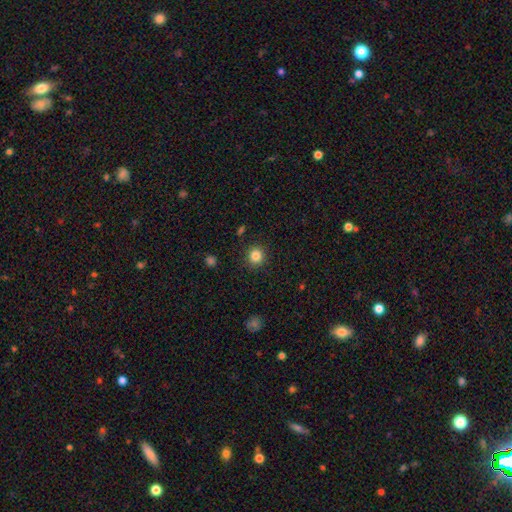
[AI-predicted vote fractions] Smooth or featured?
  - smooth: 84% *
  - star or artifact: 12%
  - featured or disk: 5%
How rounded?
  - round: 92% *
  - in between: 7%
  - cigar-shaped: 1%
Merging?
  - none: 90% *
  - minor disturbance: 6%
  - major disturbance: 2%
  - merger: 1%